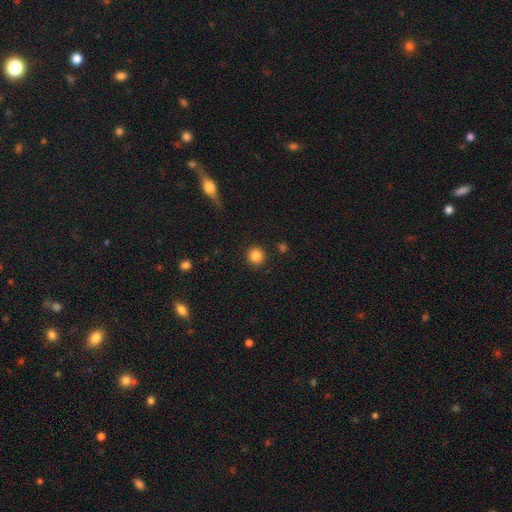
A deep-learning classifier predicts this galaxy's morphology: This is clearly a smooth galaxy (85%). How rounded: clearly round (94%). Merging: clearly none (91%).